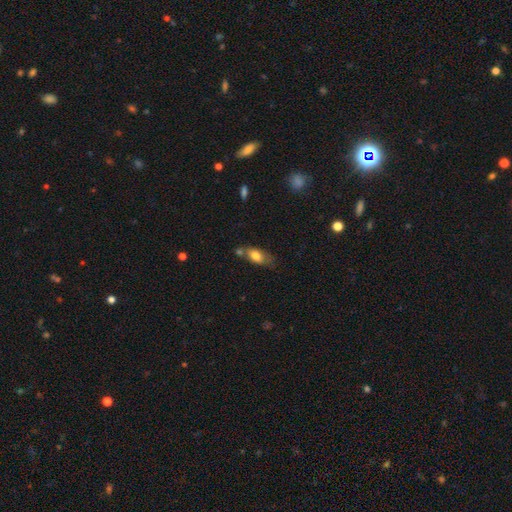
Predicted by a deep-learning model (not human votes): Overall: smooth (75%). How rounded: in between (85%). Merging: none (47%; minor disturbance 24%).